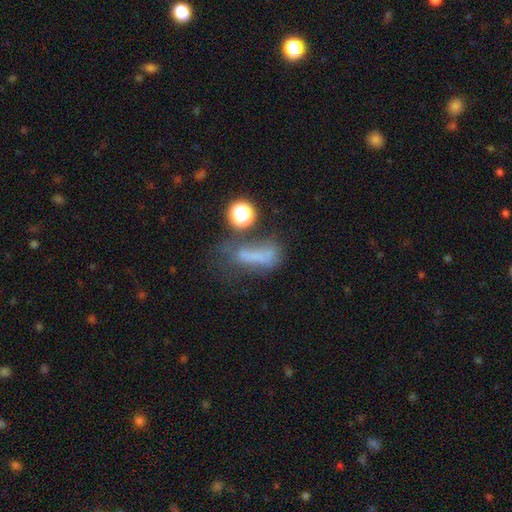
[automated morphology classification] A smooth galaxy with no disk features (50%).

Vote fractions:
- Smooth or featured? smooth: 50% / featured or disk: 27% / star or artifact: 23%
- Merging? major disturbance: 34% / none: 29% / minor disturbance: 19% / merger: 18%